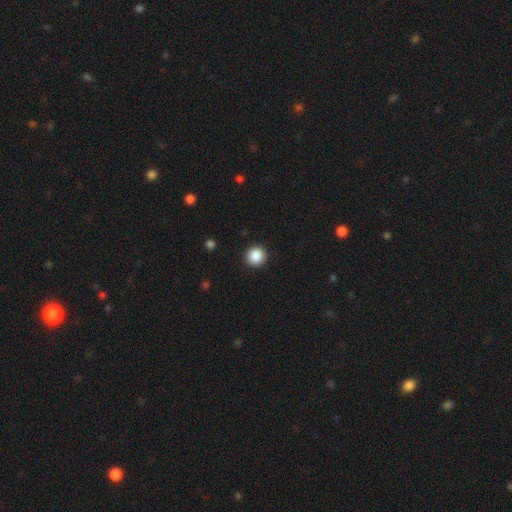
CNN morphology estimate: Smooth or featured? smooth (88%)
How rounded? round (95%)
Merging? none (92%)